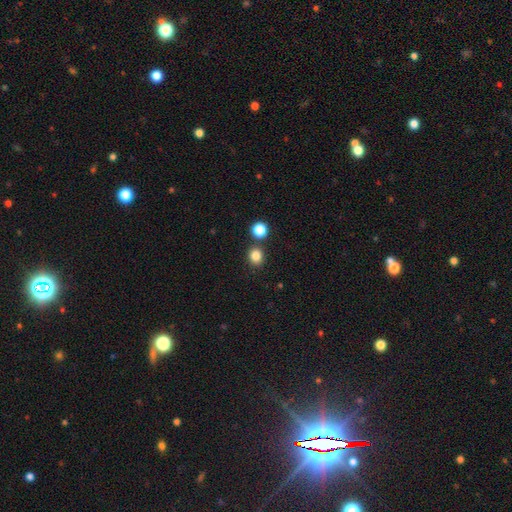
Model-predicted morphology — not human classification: Q: Smooth or featured?
A: smooth (83%); runner-up: star or artifact (12%)
Q: How rounded?
A: round (78%); runner-up: in between (21%)
Q: Merging?
A: none (80%); runner-up: merger (11%)